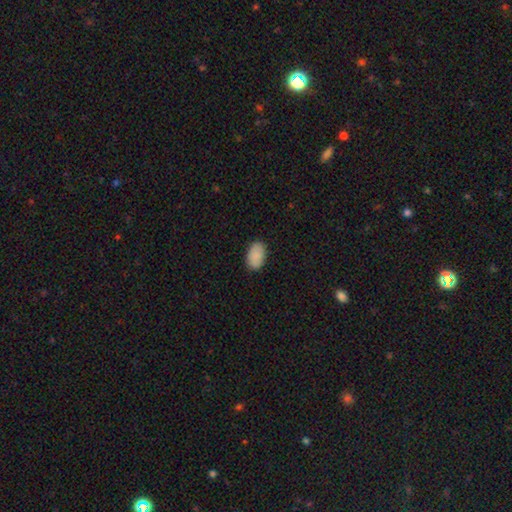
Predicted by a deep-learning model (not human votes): Overall: smooth (89%). How rounded: in between (93%). Merging: none (87%).